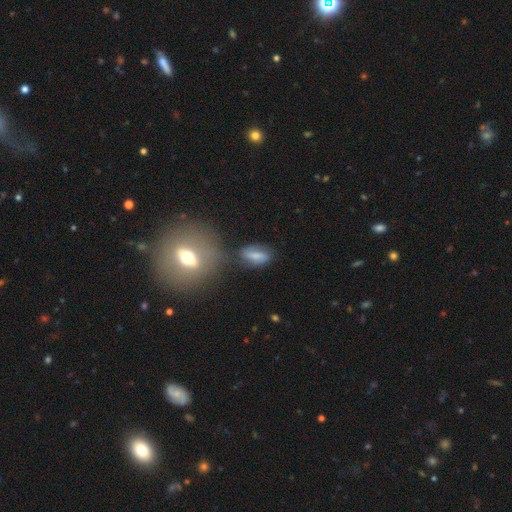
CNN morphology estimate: Q: Smooth or featured?
A: smooth (63%); runner-up: featured or disk (28%)
Q: How rounded?
A: in between (82%); runner-up: cigar-shaped (12%)
Q: Merging?
A: none (68%); runner-up: minor disturbance (18%)